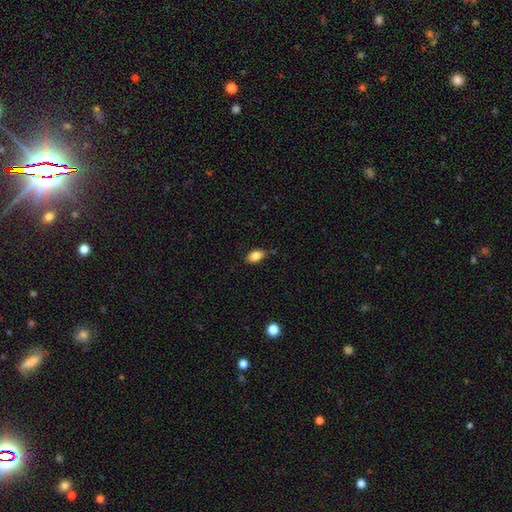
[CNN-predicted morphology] Smooth or featured? Predicted: smooth (p=0.83). How rounded? Predicted: in between (p=0.88). Merging? Predicted: none (p=0.74).